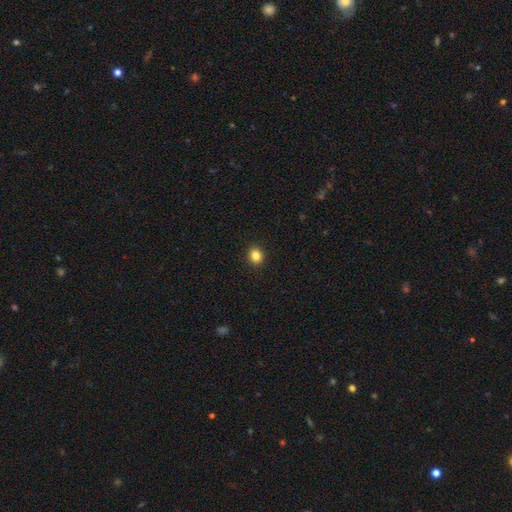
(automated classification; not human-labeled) Q: Smooth or featured?
A: smooth (84%); runner-up: star or artifact (11%)
Q: How rounded?
A: round (73%); runner-up: in between (26%)
Q: Merging?
A: none (92%); runner-up: minor disturbance (5%)